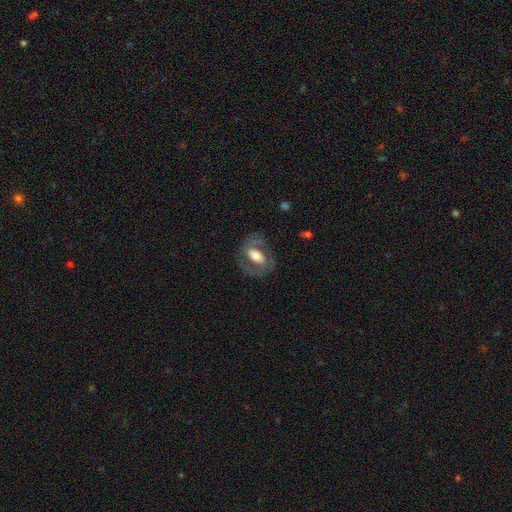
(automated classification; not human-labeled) Q: Smooth or featured?
A: featured or disk (53%); runner-up: smooth (40%)
Q: Edge-on disk?
A: no (93%); runner-up: yes (7%)
Q: Merging?
A: none (72%); runner-up: minor disturbance (15%)